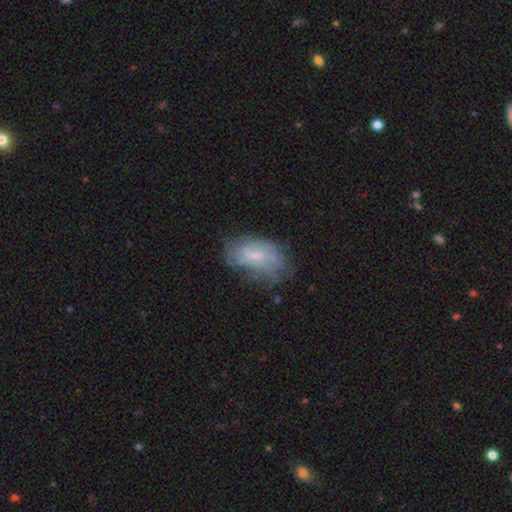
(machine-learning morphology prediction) Smooth or featured?
  - featured or disk: 57% *
  - smooth: 34%
  - star or artifact: 10%
Edge-on disk?
  - no: 96% *
  - yes: 4%
Bar?
  - no: 48% *
  - weak: 45%
  - strong: 8%
Spiral arms?
  - yes: 67% *
  - no: 33%
Bulge size?
  - small: 53% *
  - none: 25%
  - moderate: 19%
  - large: 2%
  - dominant: 1%
Merging?
  - none: 52% *
  - minor disturbance: 28%
  - major disturbance: 18%
  - merger: 3%